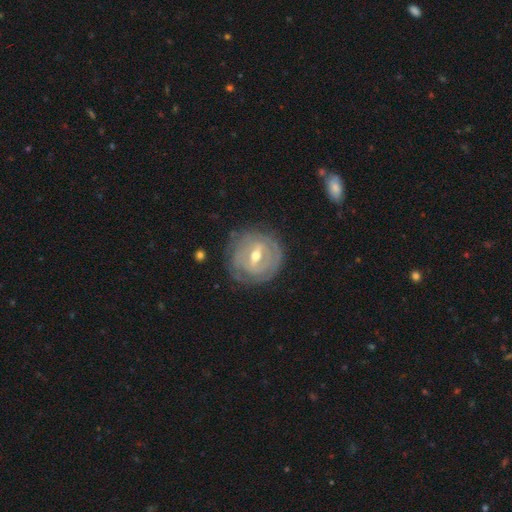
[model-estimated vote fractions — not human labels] Smooth or featured? Predicted: featured or disk (p=0.81). Edge-on disk? Predicted: no (p=0.94). Bar? Predicted: weak (p=0.46). Spiral arms? Predicted: yes (p=0.76). Spiral winding? Predicted: tight (p=0.80). Spiral arm count? Predicted: can't tell (p=0.51). Bulge size? Predicted: moderate (p=0.70). Merging? Predicted: none (p=0.80).